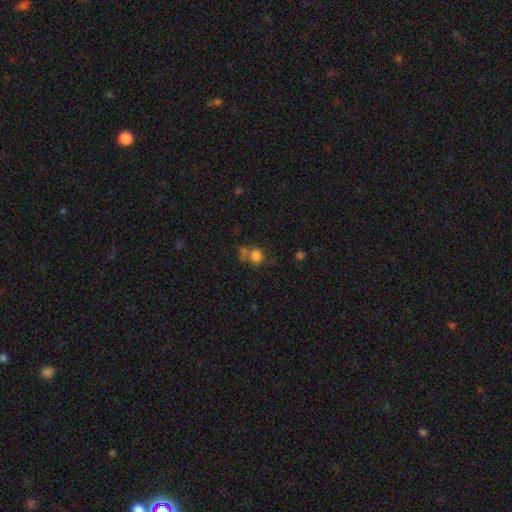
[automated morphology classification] Smooth or featured? smooth (78%)
How rounded? round (79%)
Merging? none (52%)